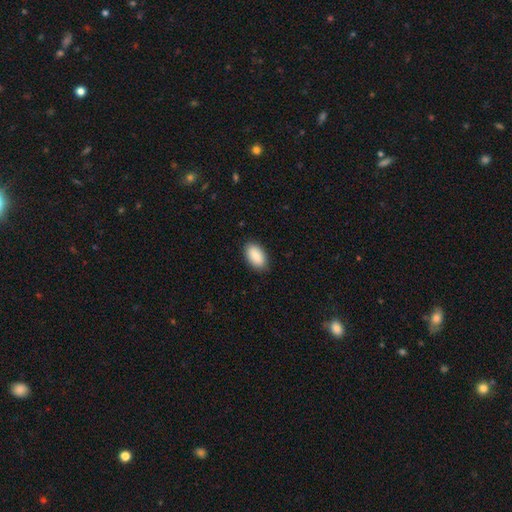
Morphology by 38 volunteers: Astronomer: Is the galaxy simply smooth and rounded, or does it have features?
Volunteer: smooth — 92%.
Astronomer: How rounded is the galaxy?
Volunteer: in between — 94%.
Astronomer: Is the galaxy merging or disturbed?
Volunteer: none — 83%.